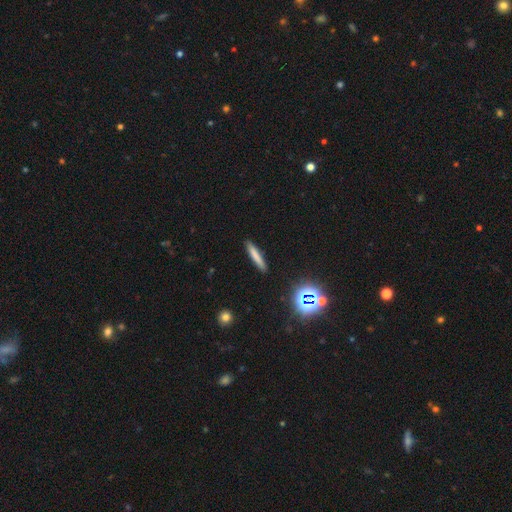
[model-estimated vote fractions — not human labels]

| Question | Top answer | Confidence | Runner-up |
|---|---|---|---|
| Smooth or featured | smooth | 73% | featured or disk (15%) |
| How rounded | cigar-shaped | 93% | in between (6%) |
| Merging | none | 90% | minor disturbance (7%) |